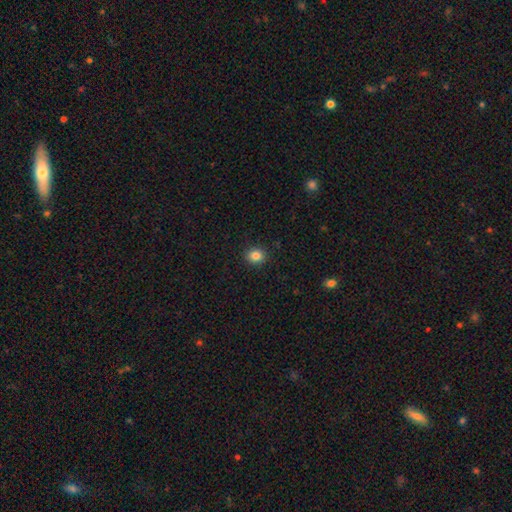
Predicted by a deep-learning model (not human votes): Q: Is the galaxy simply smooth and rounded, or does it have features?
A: smooth — 84%.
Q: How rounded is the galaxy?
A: round — 77%.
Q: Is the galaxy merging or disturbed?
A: none — 91%.